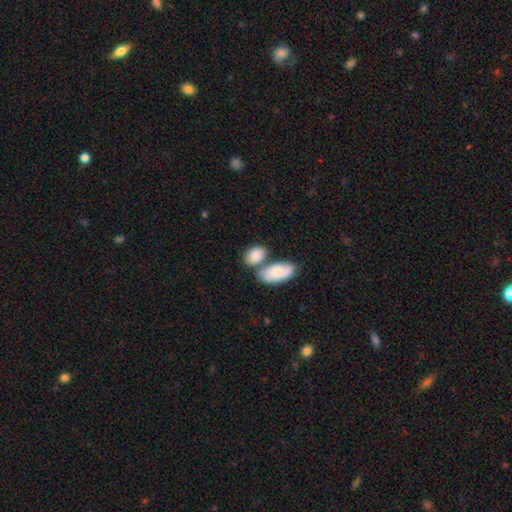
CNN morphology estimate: This appears to be a smooth galaxy with no disk features (79%) that is in between round and cigar-shaped (87%). Merging: merger (42%).